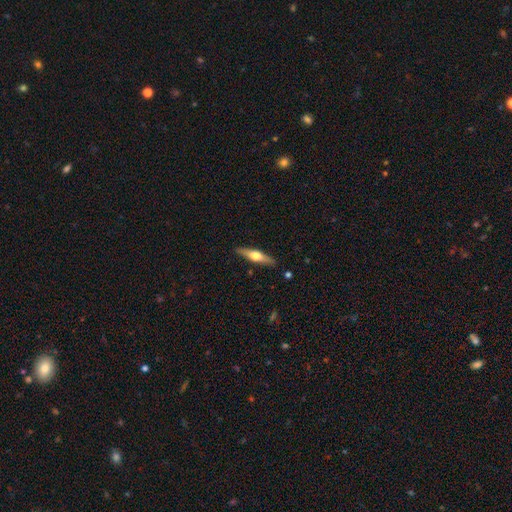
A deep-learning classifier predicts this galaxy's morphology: Smooth or featured? featured or disk (57%)
Edge-on disk? yes (95%)
Edge-on bulge? rounded (94%)
Merging? none (89%)